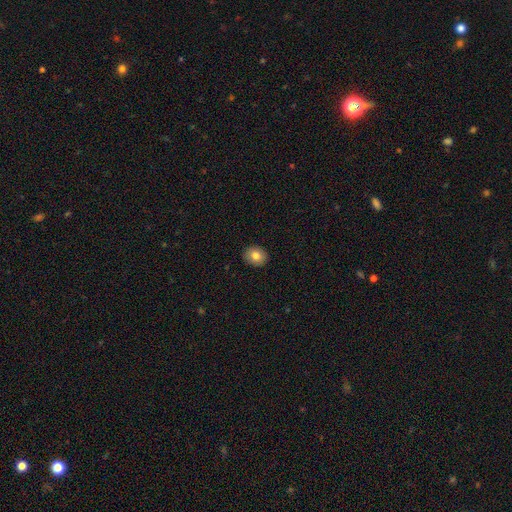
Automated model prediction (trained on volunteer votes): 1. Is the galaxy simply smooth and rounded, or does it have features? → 81% smooth, 11% featured or disk, 8% star or artifact.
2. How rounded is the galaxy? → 56% round, 43% in between, 1% cigar-shaped.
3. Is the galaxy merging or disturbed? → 91% none, 7% minor disturbance, 2% major disturbance, 1% merger.